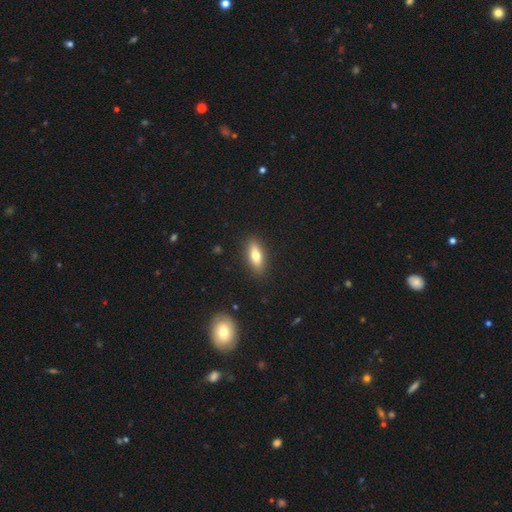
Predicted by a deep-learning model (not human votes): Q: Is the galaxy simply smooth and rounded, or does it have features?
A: smooth — 69%.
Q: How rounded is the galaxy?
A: in between — 67%.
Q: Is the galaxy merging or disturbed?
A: none — 89%.